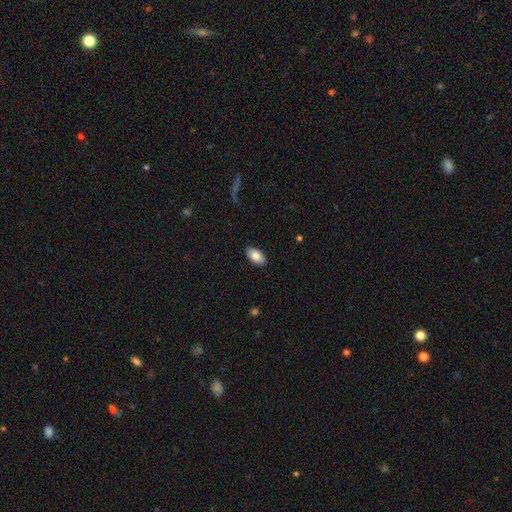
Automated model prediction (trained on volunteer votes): This appears to be a smooth galaxy with no disk features (85%) that is in between round and cigar-shaped (95%). Merging: none (89%).